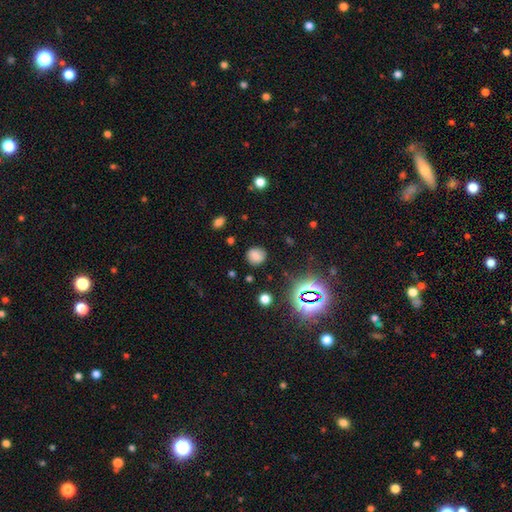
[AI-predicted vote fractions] Morphology: type=smooth (73%); roundness=round (83%); merging=none (83%).